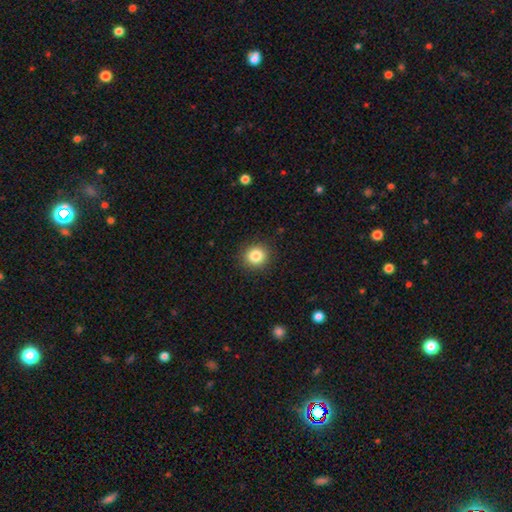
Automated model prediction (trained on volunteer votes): Q: Smooth or featured?
A: smooth (85%); runner-up: star or artifact (10%)
Q: How rounded?
A: round (88%); runner-up: in between (11%)
Q: Merging?
A: none (91%); runner-up: minor disturbance (6%)